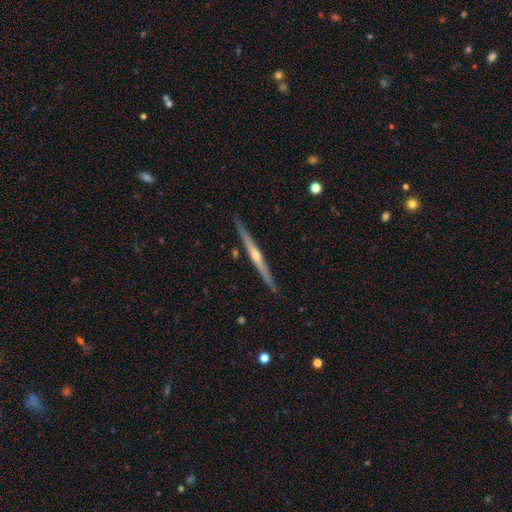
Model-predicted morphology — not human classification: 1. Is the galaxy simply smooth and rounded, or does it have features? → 80% featured or disk, 15% smooth, 5% star or artifact.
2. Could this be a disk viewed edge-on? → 98% yes, 2% no.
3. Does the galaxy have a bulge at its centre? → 80% rounded, 16% none, 4% boxy.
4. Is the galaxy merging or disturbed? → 91% none, 7% minor disturbance, 1% merger, 1% major disturbance.